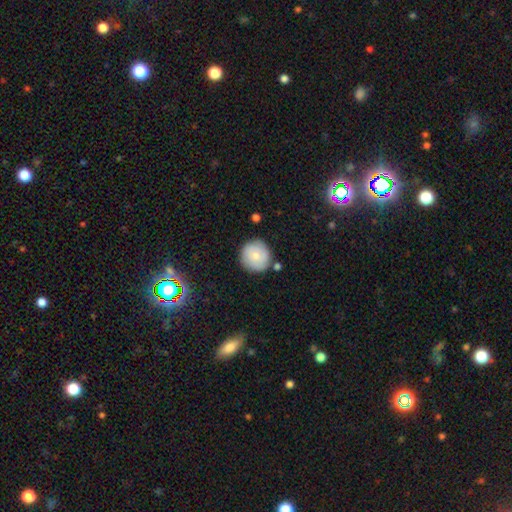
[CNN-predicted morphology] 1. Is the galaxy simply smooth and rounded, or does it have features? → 77% smooth, 16% featured or disk, 7% star or artifact.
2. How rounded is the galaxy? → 94% round, 5% in between, 1% cigar-shaped.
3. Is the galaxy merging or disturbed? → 80% none, 12% minor disturbance, 5% merger, 3% major disturbance.